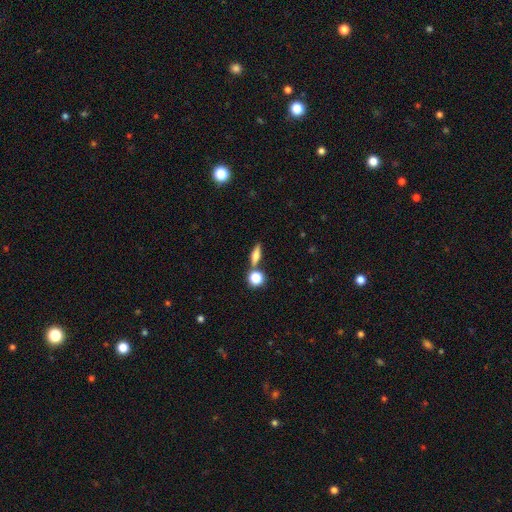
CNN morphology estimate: smooth-or-featured: smooth: 58% | featured or disk: 32% | star or artifact: 11%
  how-rounded: in between: 43% | cigar-shaped: 40% | round: 17%
  merging: none: 71% | merger: 16% | minor disturbance: 10% | major disturbance: 3%